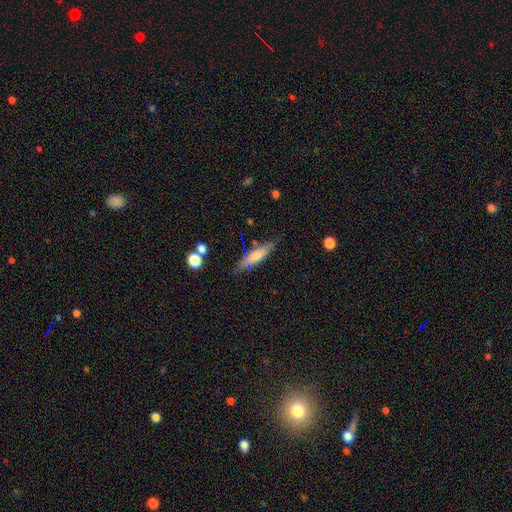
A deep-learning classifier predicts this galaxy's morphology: The model was most divided on "smooth or featured": smooth: 66%, featured or disk: 27%, star or artifact: 7%. More confident: merging — none (73%); how rounded — cigar-shaped (69%).